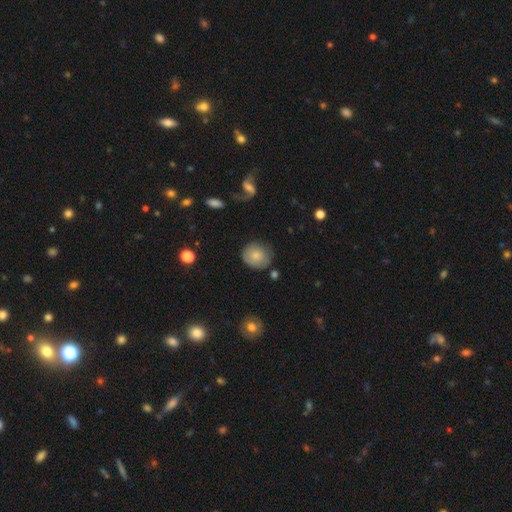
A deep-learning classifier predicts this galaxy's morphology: This appears to be a smooth galaxy with no disk features (77%) that is round (79%). Merging: none (70%).